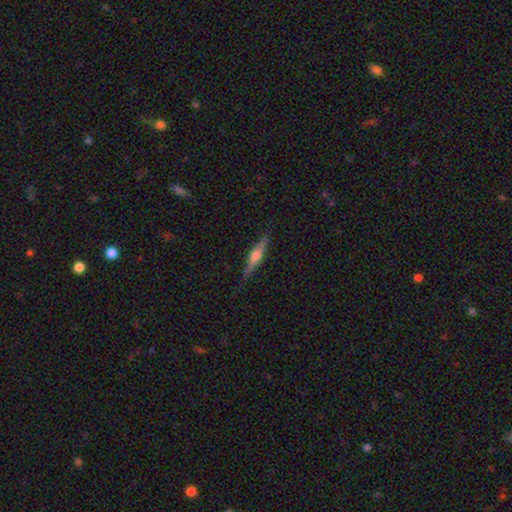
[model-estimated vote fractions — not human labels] The model was most divided on "smooth or featured": featured or disk: 61%, smooth: 33%, star or artifact: 6%. More confident: edge-on disk — yes (96%); edge-on bulge — rounded (90%); merging — none (85%).